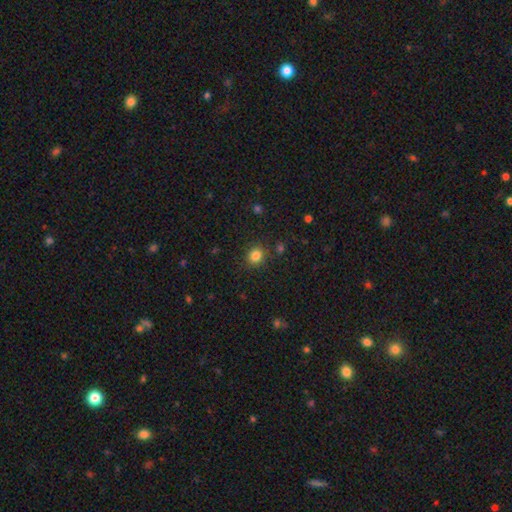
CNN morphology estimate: A smooth galaxy with no disk features (83%) that is round (79%). Merging: none (86%).